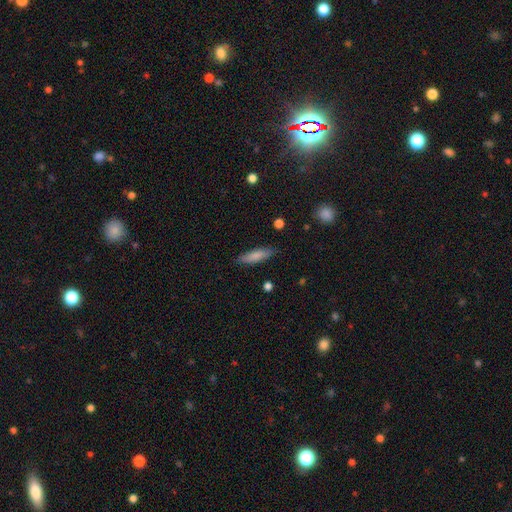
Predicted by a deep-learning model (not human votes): The model was most divided on "how rounded": cigar-shaped: 61%, in between: 37%, round: 2%. More confident: merging — none (85%); smooth or featured — smooth (82%).